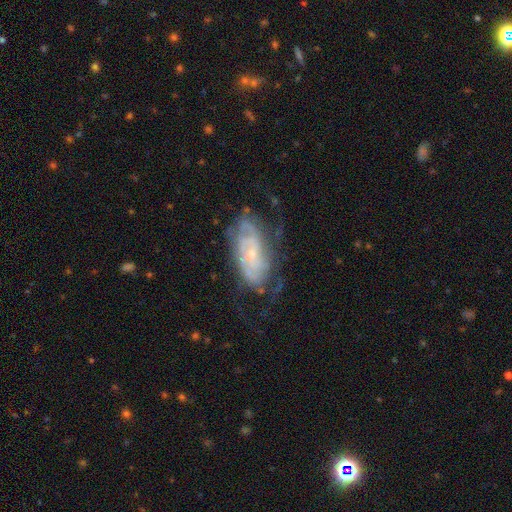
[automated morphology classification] smooth_or_featured: featured or disk (p=0.71) [alt: smooth p=0.18]
disk_edge_on: no (p=0.92) [alt: yes p=0.08]
bar: no (p=0.67) [alt: weak p=0.27]
has_spiral_arms: yes (p=0.88) [alt: no p=0.12]
spiral_winding: tight (p=0.59) [alt: medium p=0.30]
spiral_arm_count: can't tell (p=0.51) [alt: 2 p=0.20]
bulge_size: small (p=0.71) [alt: moderate p=0.21]
merging: none (p=0.66) [alt: minor disturbance p=0.21]